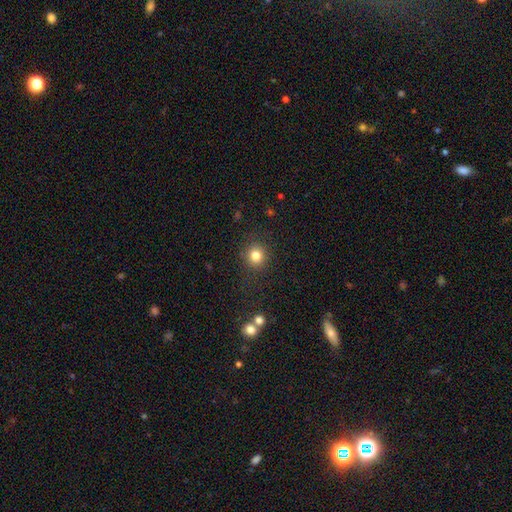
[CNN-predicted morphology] Smooth or featured: smooth — 81% (star or artifact — 13%)
How rounded: round — 91% (in between — 8%)
Merging: none — 88% (minor disturbance — 7%)